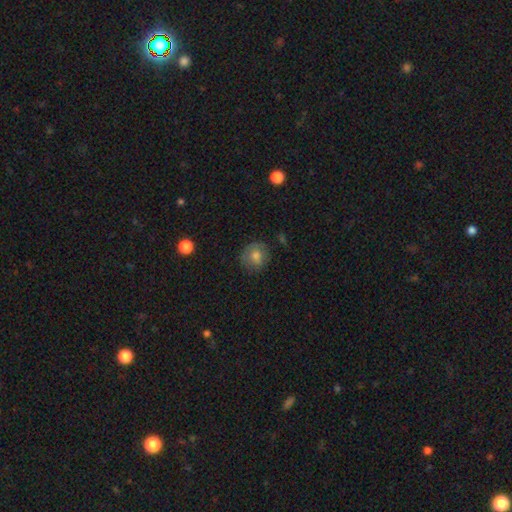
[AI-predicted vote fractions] This is likely a smooth galaxy (71%). How rounded: clearly round (83%). Merging: likely none (76%).